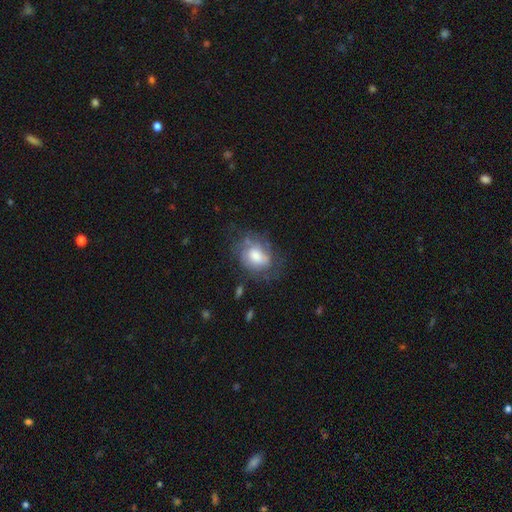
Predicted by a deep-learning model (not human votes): A featured or disk galaxy (47%).

Vote fractions:
- Smooth or featured? featured or disk: 47% / smooth: 44% / star or artifact: 9%
- Merging? none: 54% / minor disturbance: 26% / major disturbance: 18% / merger: 2%